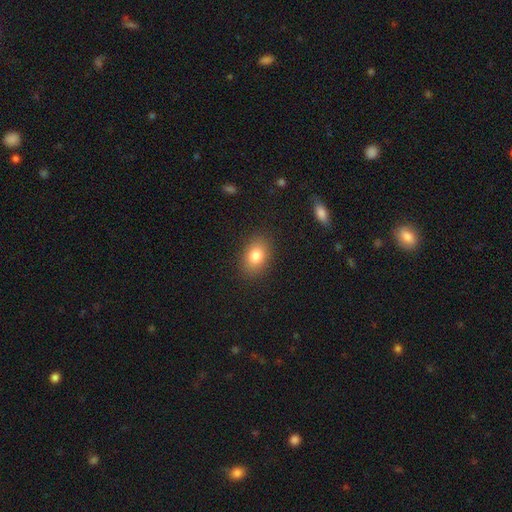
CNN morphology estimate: A smooth galaxy with no disk features (82%) that is in between round and cigar-shaped (77%). Merging: none (87%).